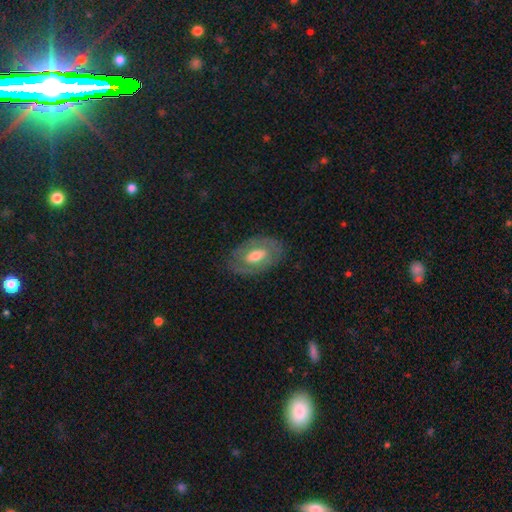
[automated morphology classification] Smooth or featured?
  - featured or disk: 57% *
  - smooth: 37%
  - star or artifact: 6%
Edge-on disk?
  - no: 92% *
  - yes: 8%
Bar?
  - no: 49% *
  - weak: 37%
  - strong: 15%
Spiral arms?
  - no: 57% *
  - yes: 43%
Bulge size?
  - moderate: 62% *
  - large: 20%
  - small: 15%
  - none: 2%
  - dominant: 2%
Merging?
  - none: 78% *
  - minor disturbance: 15%
  - major disturbance: 6%
  - merger: 1%